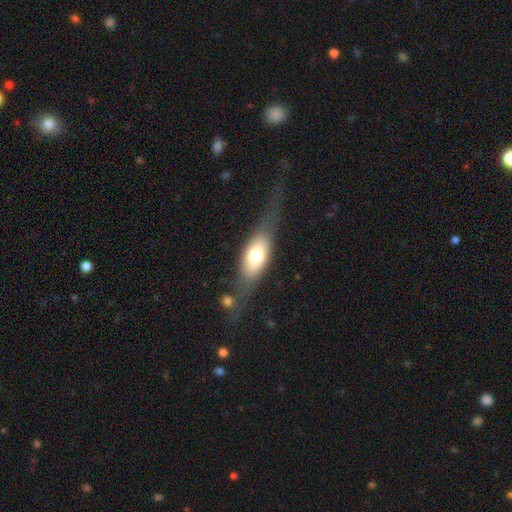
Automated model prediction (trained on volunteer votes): Morphology: type=smooth (61%); roundness=in between (75%); merging=none (53%).